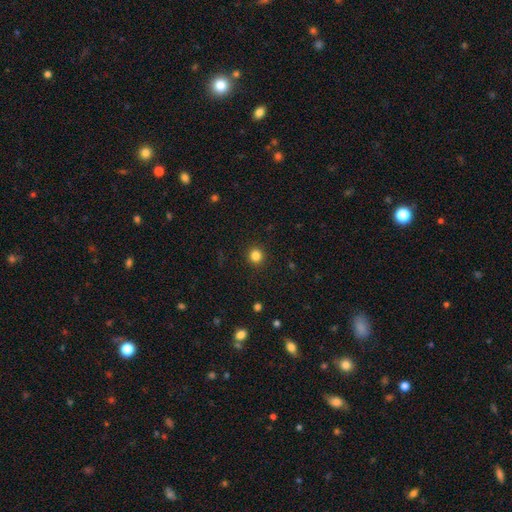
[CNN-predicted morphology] smooth-or-featured: smooth: 83% | star or artifact: 12% | featured or disk: 4%
  how-rounded: round: 93% | in between: 6% | cigar-shaped: 1%
  merging: none: 92% | minor disturbance: 5% | major disturbance: 2% | merger: 1%